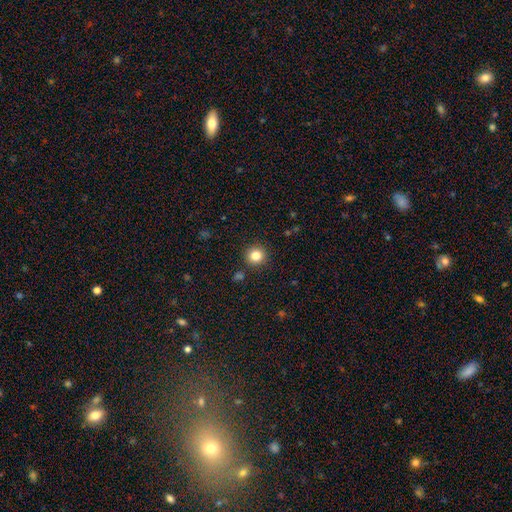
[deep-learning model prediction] Smooth or featured? Predicted: smooth (p=0.82). How rounded? Predicted: round (p=0.94). Merging? Predicted: none (p=0.90).